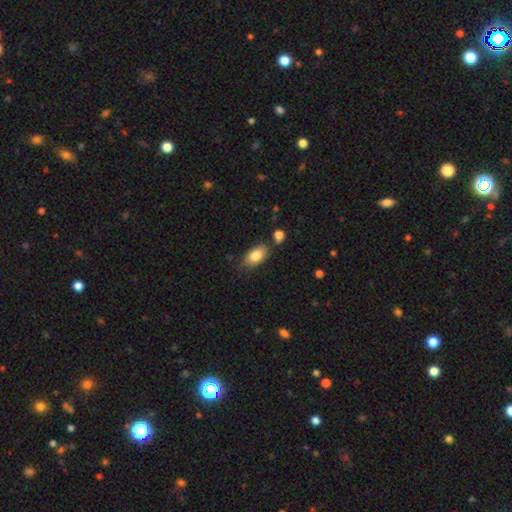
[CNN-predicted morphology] The model was most divided on "merging": none: 73%, minor disturbance: 17%, merger: 6%, major disturbance: 4%. More confident: how rounded — in between (90%); smooth or featured — smooth (82%).